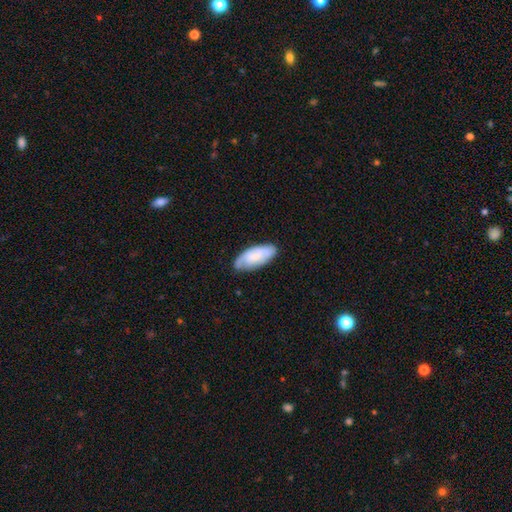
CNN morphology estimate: Smooth or featured: featured or disk — 50% (smooth — 44%)
Merging: none — 74% (minor disturbance — 21%)